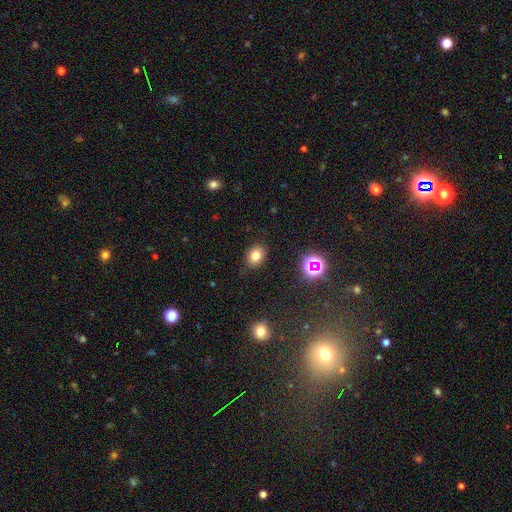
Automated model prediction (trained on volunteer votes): The model was most divided on "how rounded": in between: 58%, round: 41%, cigar-shaped: 1%. More confident: merging — none (86%); smooth or featured — smooth (77%).